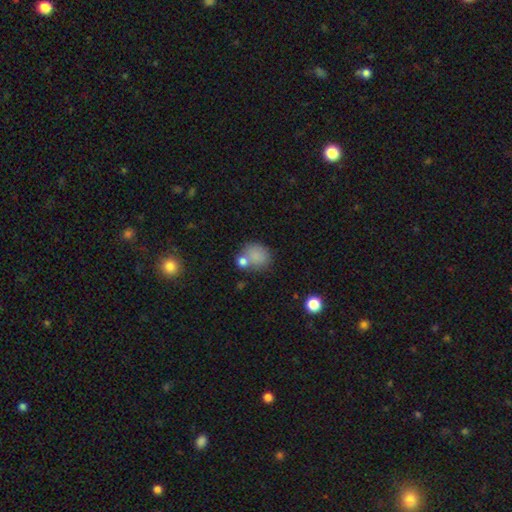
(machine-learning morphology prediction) Smooth or featured?
  - smooth: 81% *
  - star or artifact: 11%
  - featured or disk: 9%
How rounded?
  - round: 70% *
  - in between: 29%
  - cigar-shaped: 1%
Merging?
  - none: 54% *
  - merger: 23%
  - minor disturbance: 16%
  - major disturbance: 7%